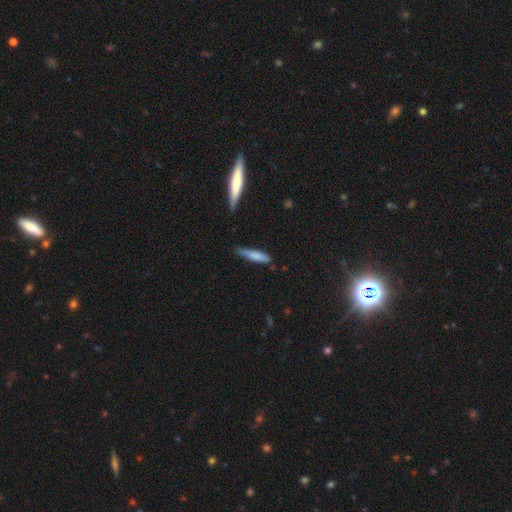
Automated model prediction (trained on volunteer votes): Overall: smooth (75%). How rounded: cigar-shaped (82%). Merging: none (69%).